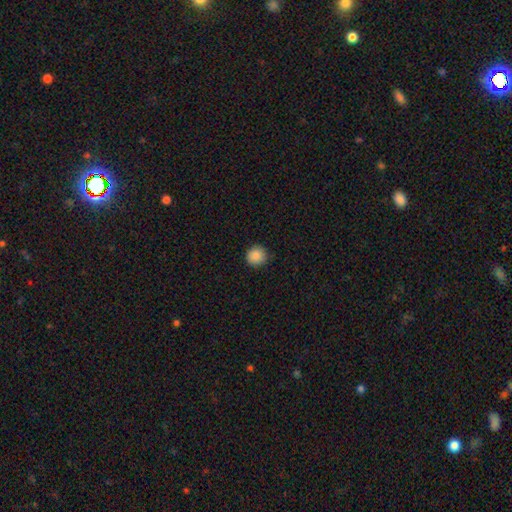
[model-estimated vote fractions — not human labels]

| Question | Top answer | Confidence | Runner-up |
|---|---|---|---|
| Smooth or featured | smooth | 87% | star or artifact (9%) |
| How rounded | round | 93% | in between (6%) |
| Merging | none | 90% | minor disturbance (7%) |